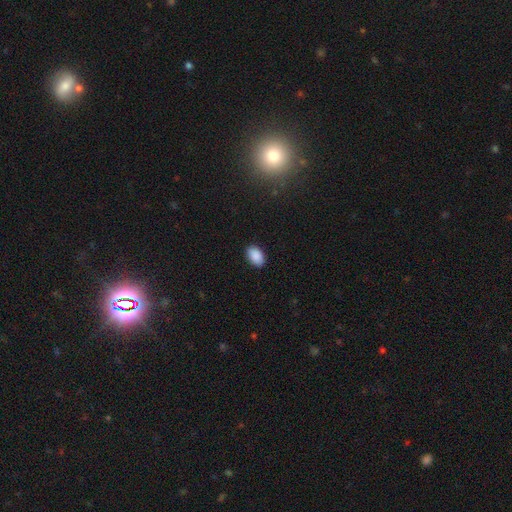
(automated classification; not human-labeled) This appears to be a smooth galaxy with no disk features (90%) that is in between round and cigar-shaped (90%). Merging: none (88%).